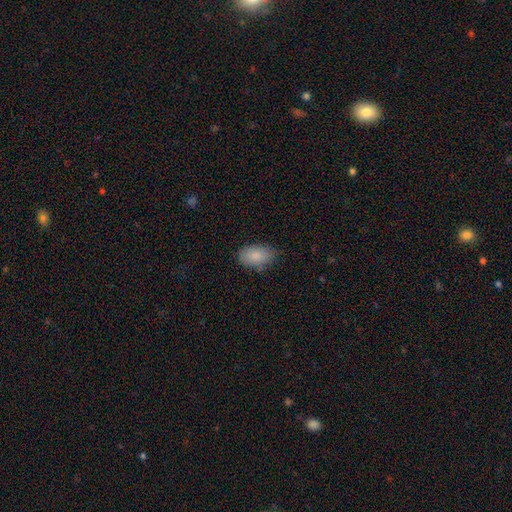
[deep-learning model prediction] Morphology: type=smooth (87%); roundness=in between (91%); merging=none (78%).